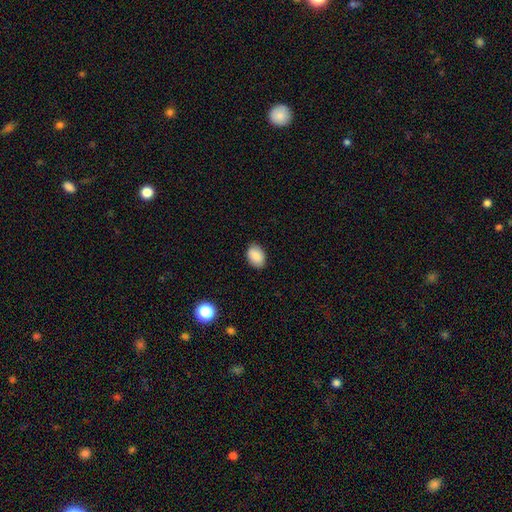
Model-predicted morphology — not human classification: Smooth or featured: smooth — 87% (star or artifact — 7%)
How rounded: in between — 85% (round — 14%)
Merging: none — 87% (minor disturbance — 10%)